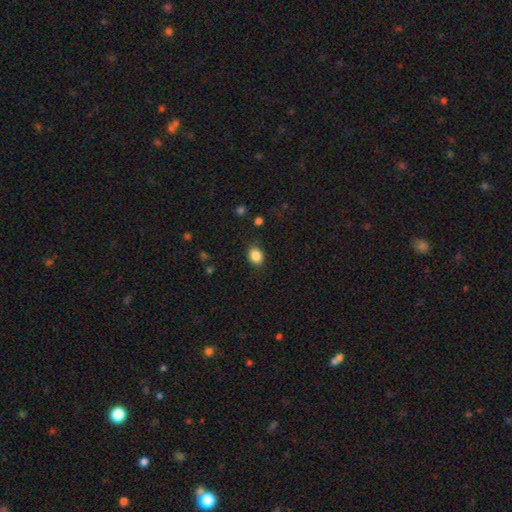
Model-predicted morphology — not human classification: This appears to be a smooth galaxy with no disk features (87%) that is in between round and cigar-shaped (57%). Merging: none (84%).